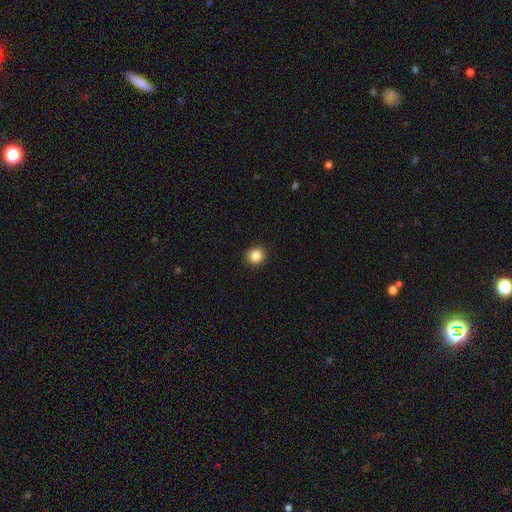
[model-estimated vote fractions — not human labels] This appears to be a smooth galaxy with no disk features (85%) that is round (91%). Merging: none (92%).